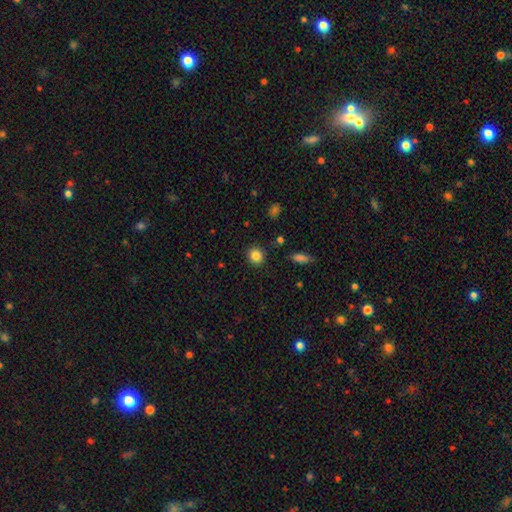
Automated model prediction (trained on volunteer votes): A smooth galaxy with no disk features (84%) that is round (84%).

Vote fractions:
- Smooth or featured? smooth: 84% / star or artifact: 10% / featured or disk: 5%
- How rounded? round: 84% / in between: 15% / cigar-shaped: 1%
- Merging? none: 89% / minor disturbance: 7% / major disturbance: 2% / merger: 2%